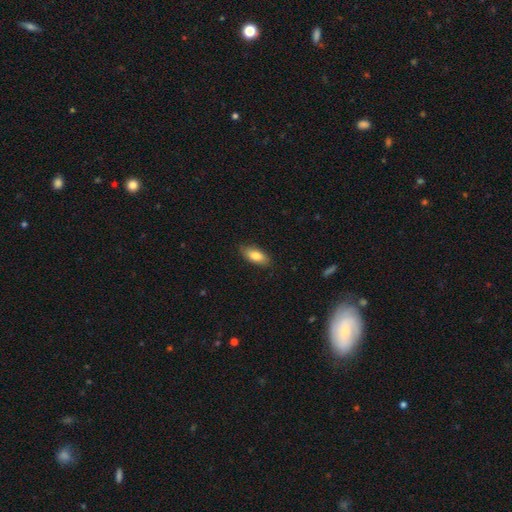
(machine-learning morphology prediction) This appears to be a smooth galaxy with no disk features (81%) that is in between round and cigar-shaped (84%). Merging: none (84%).